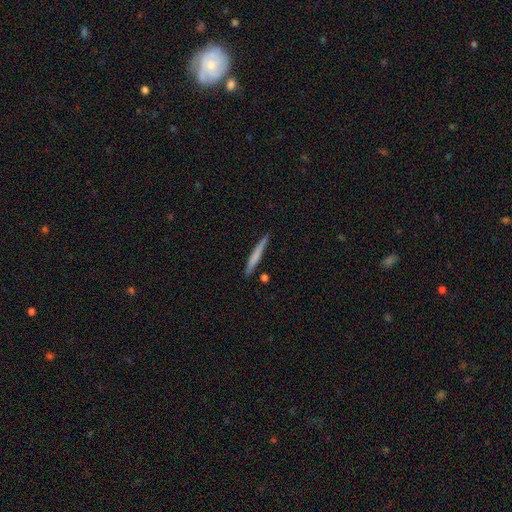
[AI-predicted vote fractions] Morphology: type=smooth (67%); roundness=cigar-shaped (96%); merging=none (87%).